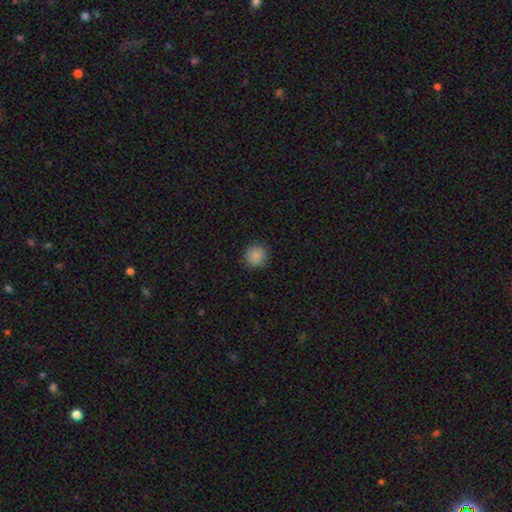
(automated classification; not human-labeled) A smooth galaxy with no disk features (87%) that is round (91%). Merging: none (89%).